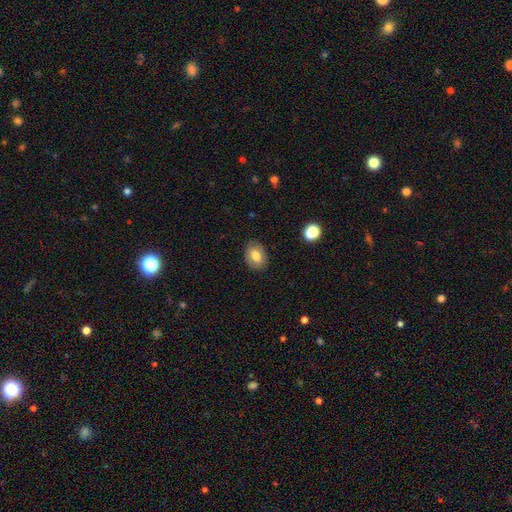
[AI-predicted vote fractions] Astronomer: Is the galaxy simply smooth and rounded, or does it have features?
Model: smooth — 77%.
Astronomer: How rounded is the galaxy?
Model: in between — 72%.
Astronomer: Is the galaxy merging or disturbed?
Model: none — 86%.